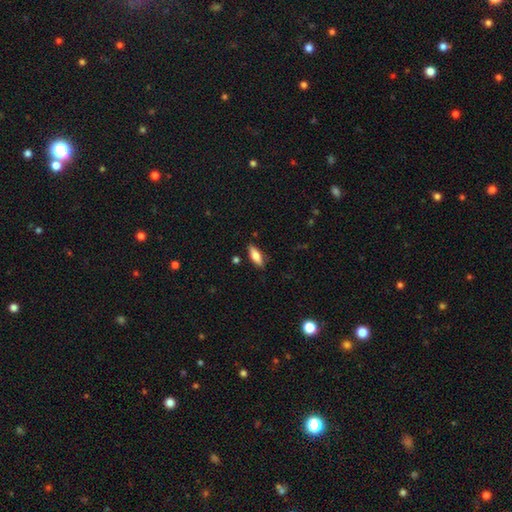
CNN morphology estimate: A smooth galaxy with no disk features (73%) that is in between round and cigar-shaped (66%). Merging: none (84%).